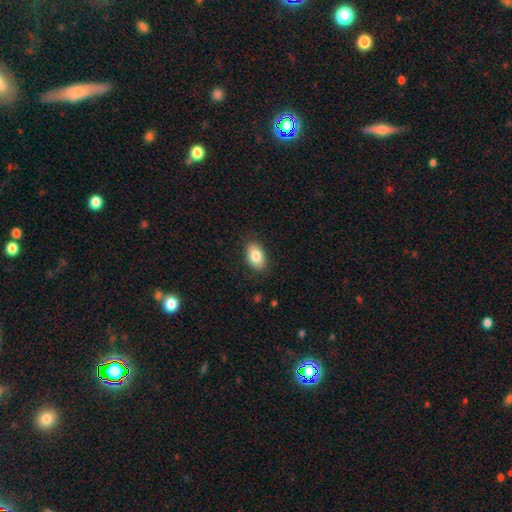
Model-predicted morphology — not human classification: smooth-or-featured: smooth: 83% | featured or disk: 10% | star or artifact: 7%
  how-rounded: in between: 89% | round: 10% | cigar-shaped: 1%
  merging: none: 86% | minor disturbance: 11% | major disturbance: 2% | merger: 1%